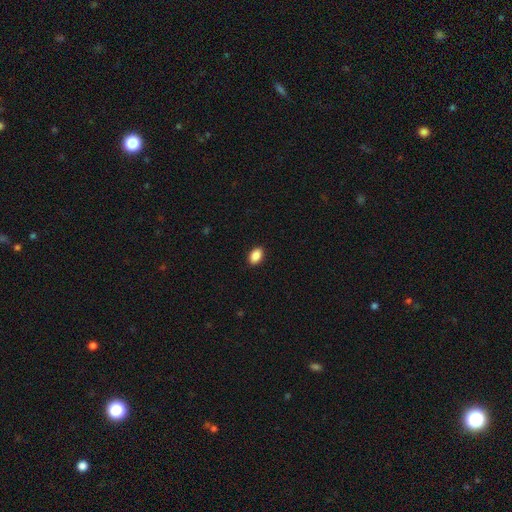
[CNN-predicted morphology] smooth-or-featured: smooth: 90% | star or artifact: 7% | featured or disk: 3%
  how-rounded: in between: 88% | round: 11% | cigar-shaped: 1%
  merging: none: 90% | minor disturbance: 7% | major disturbance: 2% | merger: 1%